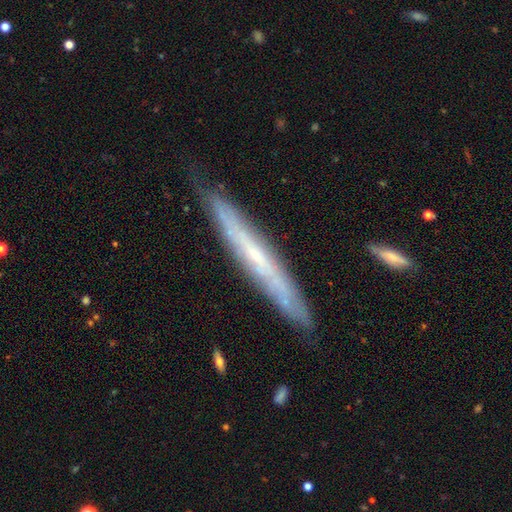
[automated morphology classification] Smooth or featured?
  - featured or disk: 67% *
  - smooth: 26%
  - star or artifact: 6%
Edge-on disk?
  - yes: 80% *
  - no: 20%
Edge-on bulge?
  - none: 63% *
  - rounded: 32%
  - boxy: 4%
Merging?
  - none: 80% *
  - minor disturbance: 16%
  - major disturbance: 2%
  - merger: 2%